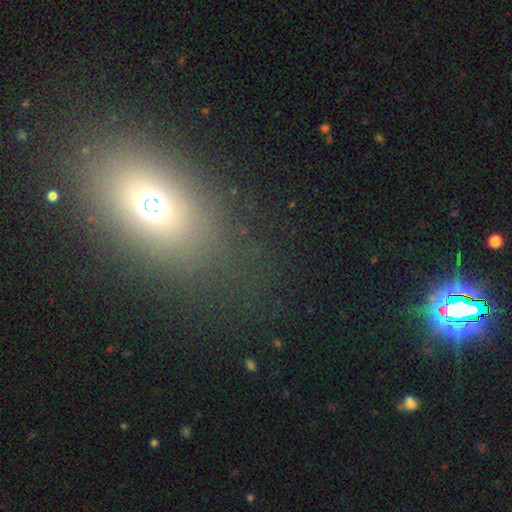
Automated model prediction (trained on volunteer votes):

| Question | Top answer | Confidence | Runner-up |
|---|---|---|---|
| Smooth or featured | smooth | 60% | star or artifact (25%) |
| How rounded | in between | 69% | round (26%) |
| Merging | none | 81% | minor disturbance (10%) |